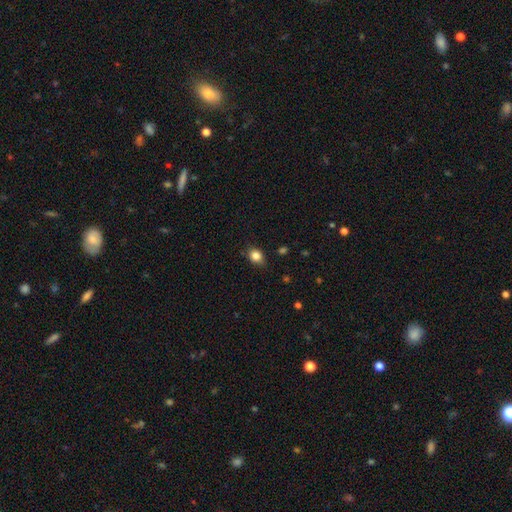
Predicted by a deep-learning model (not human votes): smooth-or-featured: smooth: 84% | star or artifact: 10% | featured or disk: 6%
  how-rounded: in between: 56% | round: 42% | cigar-shaped: 1%
  merging: none: 81% | minor disturbance: 15% | major disturbance: 3% | merger: 1%